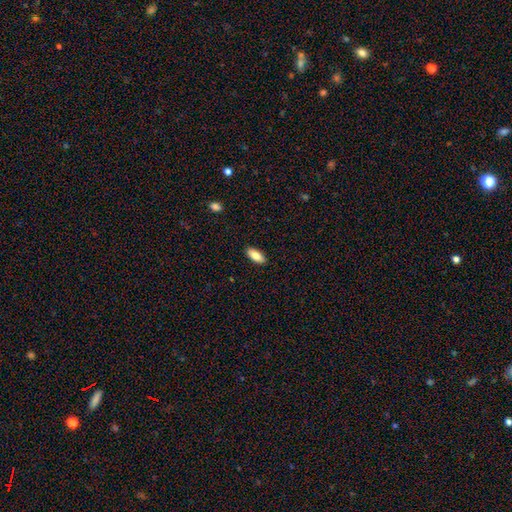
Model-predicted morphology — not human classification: smooth 83%, featured or disk 11%, star or artifact 6%. Down the decision tree: how rounded — in between (81%); merging — none (90%).